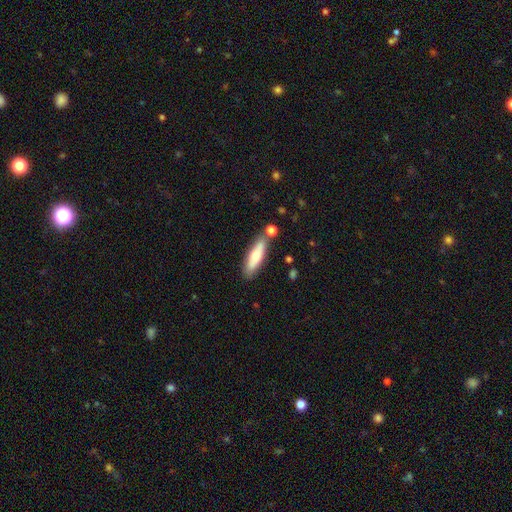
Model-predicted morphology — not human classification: Smooth or featured? smooth (61%)
How rounded? cigar-shaped (58%)
Merging? none (75%)